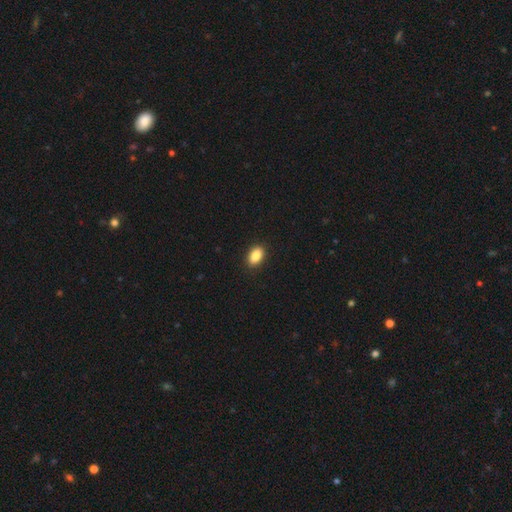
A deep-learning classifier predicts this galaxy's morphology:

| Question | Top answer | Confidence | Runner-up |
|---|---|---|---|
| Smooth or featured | smooth | 88% | star or artifact (8%) |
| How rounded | in between | 90% | round (8%) |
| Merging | none | 90% | minor disturbance (7%) |